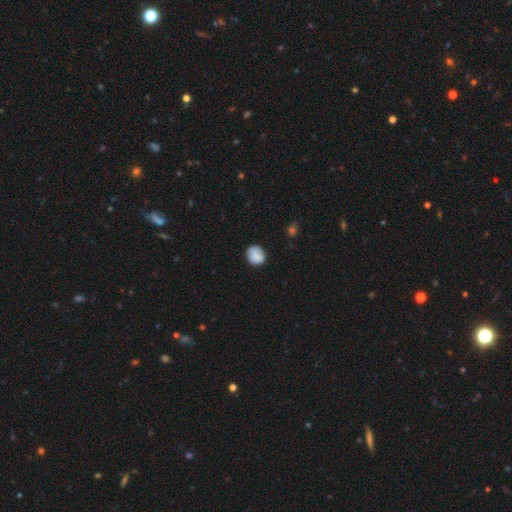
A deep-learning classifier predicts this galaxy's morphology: The model was most divided on "how rounded": round: 73%, in between: 26%, cigar-shaped: 1%. More confident: smooth or featured — smooth (83%); merging — none (77%).